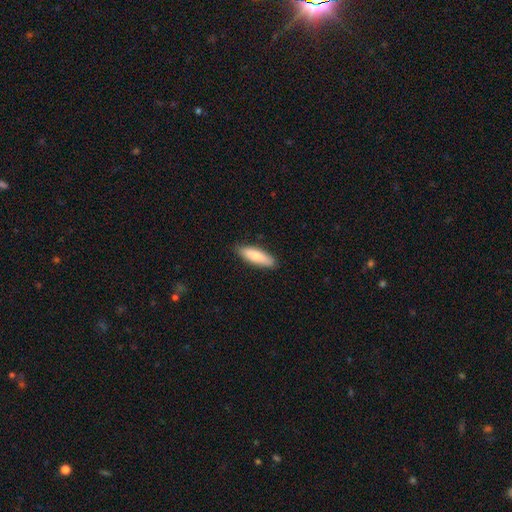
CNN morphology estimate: Q: Smooth or featured?
A: smooth (81%); runner-up: featured or disk (14%)
Q: How rounded?
A: cigar-shaped (50%); runner-up: in between (48%)
Q: Merging?
A: none (86%); runner-up: minor disturbance (11%)